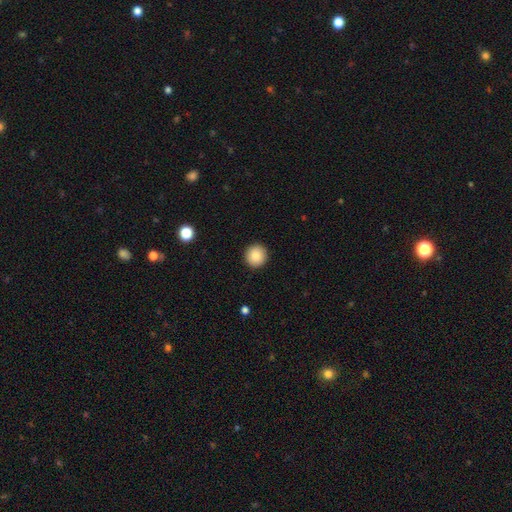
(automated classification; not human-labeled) Q: Smooth or featured?
A: smooth (87%); runner-up: star or artifact (8%)
Q: How rounded?
A: round (95%); runner-up: in between (4%)
Q: Merging?
A: none (93%); runner-up: minor disturbance (5%)